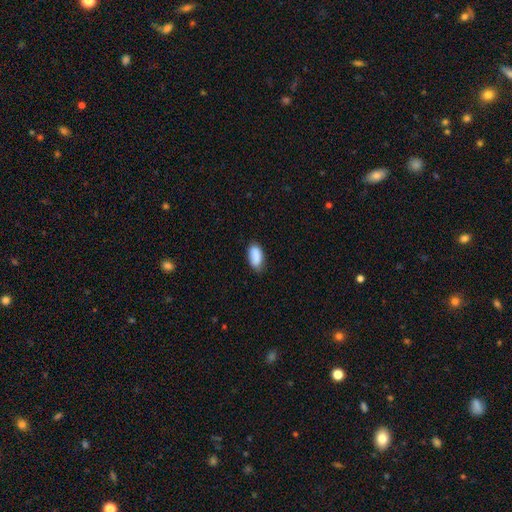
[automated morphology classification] type=smooth (87%); roundness=in between (92%); merging=none (74%).